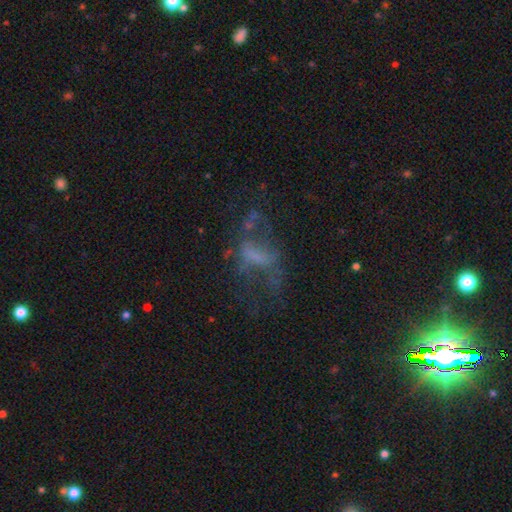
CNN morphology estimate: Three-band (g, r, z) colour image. It shows a featured or disk galaxy (50%). Merging: major disturbance (44%).